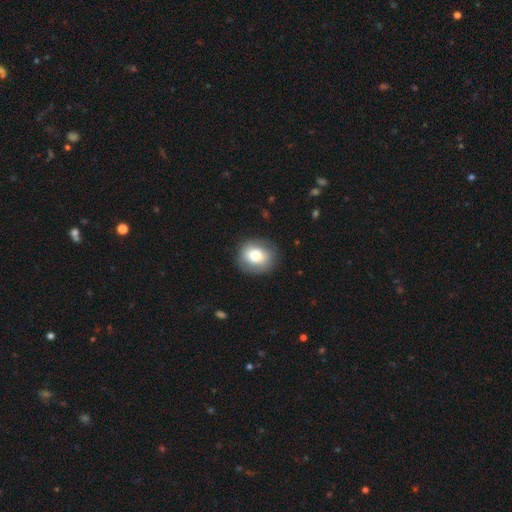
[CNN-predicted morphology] smooth 77%, featured or disk 14%, star or artifact 8%. Down the decision tree: how rounded — round (71%); merging — none (84%).